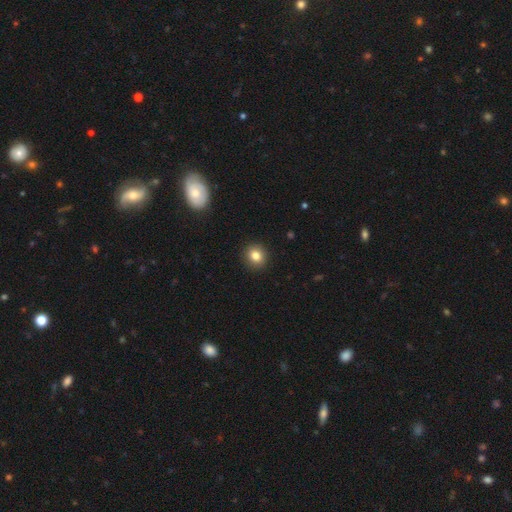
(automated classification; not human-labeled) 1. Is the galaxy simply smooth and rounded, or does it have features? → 82% smooth, 11% star or artifact, 7% featured or disk.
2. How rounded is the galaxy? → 84% round, 15% in between, 1% cigar-shaped.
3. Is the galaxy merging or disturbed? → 91% none, 6% minor disturbance, 2% major disturbance, 1% merger.